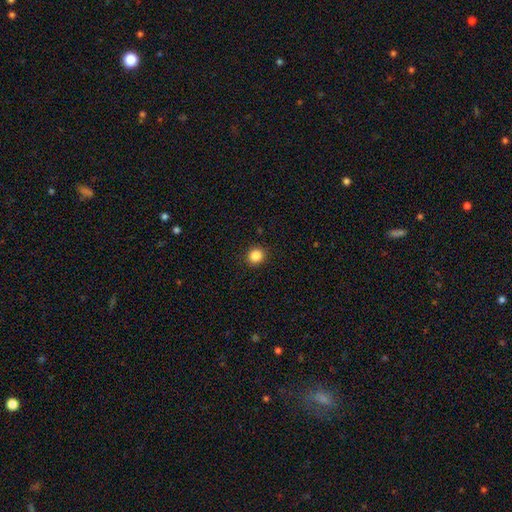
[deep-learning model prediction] This appears to be a smooth galaxy with no disk features (85%) that is round (88%). Merging: none (91%).